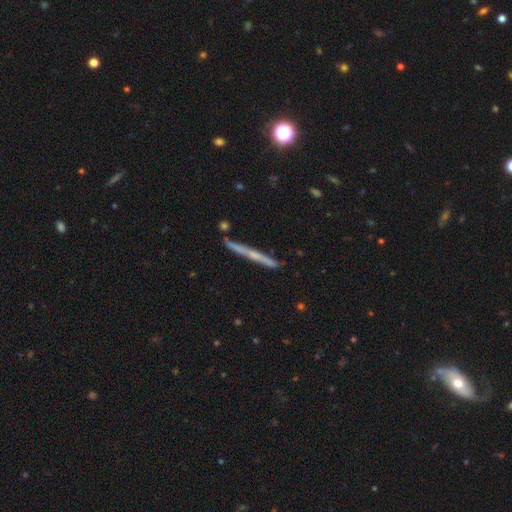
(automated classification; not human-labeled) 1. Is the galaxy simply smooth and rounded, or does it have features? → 61% featured or disk, 33% smooth, 6% star or artifact.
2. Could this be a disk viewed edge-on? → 97% yes, 3% no.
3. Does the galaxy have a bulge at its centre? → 53% none, 40% rounded, 6% boxy.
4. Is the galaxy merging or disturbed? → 86% none, 10% minor disturbance, 2% merger, 2% major disturbance.